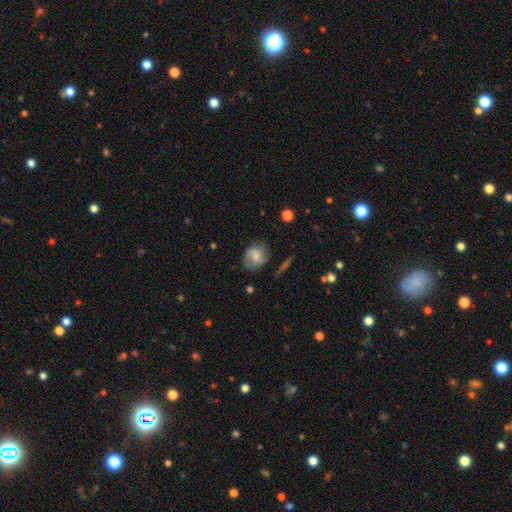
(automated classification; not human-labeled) This is possibly a smooth galaxy (55%). How rounded: possibly round (56%). Merging: likely none (64%).